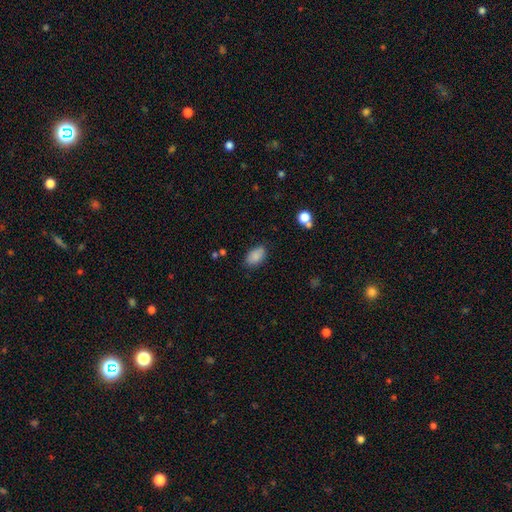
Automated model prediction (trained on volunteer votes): Smooth or featured?
  - smooth: 87% *
  - star or artifact: 8%
  - featured or disk: 4%
How rounded?
  - in between: 91% *
  - round: 8%
  - cigar-shaped: 2%
Merging?
  - none: 79% *
  - minor disturbance: 16%
  - major disturbance: 3%
  - merger: 2%